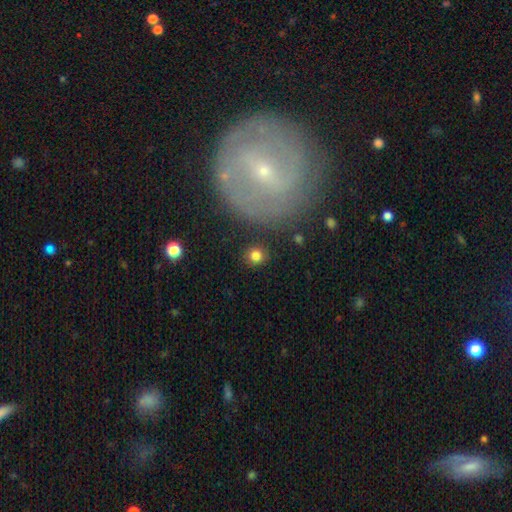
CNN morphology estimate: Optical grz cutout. It shows a smooth galaxy with no disk features (81%) that is round (86%). Merging: none (89%).